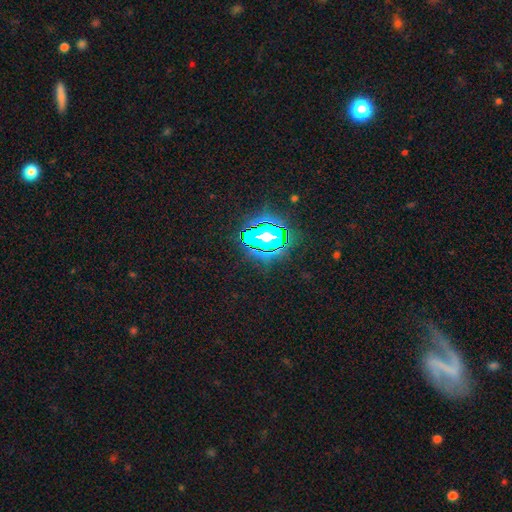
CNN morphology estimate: Smooth or featured?
  - star or artifact: 68% *
  - smooth: 16%
  - featured or disk: 16%